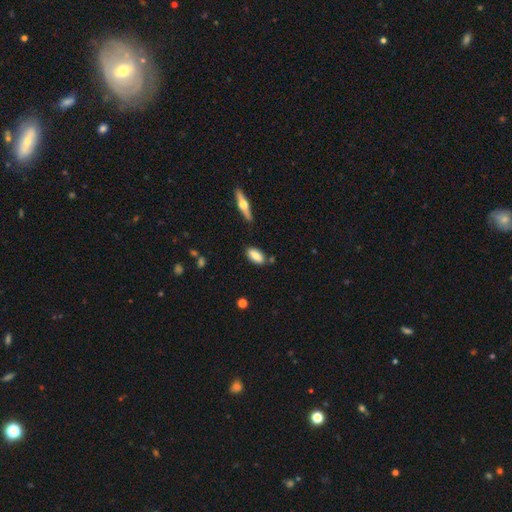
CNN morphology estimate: Smooth or featured?
  - smooth: 82% *
  - featured or disk: 11%
  - star or artifact: 7%
How rounded?
  - in between: 87% *
  - cigar-shaped: 10%
  - round: 3%
Merging?
  - none: 80% *
  - minor disturbance: 13%
  - merger: 4%
  - major disturbance: 3%